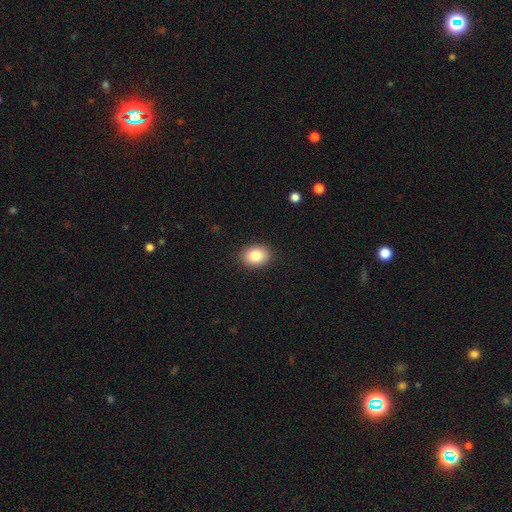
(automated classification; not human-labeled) This appears to be a smooth galaxy with no disk features (85%) that is in between round and cigar-shaped (61%). Merging: none (89%).